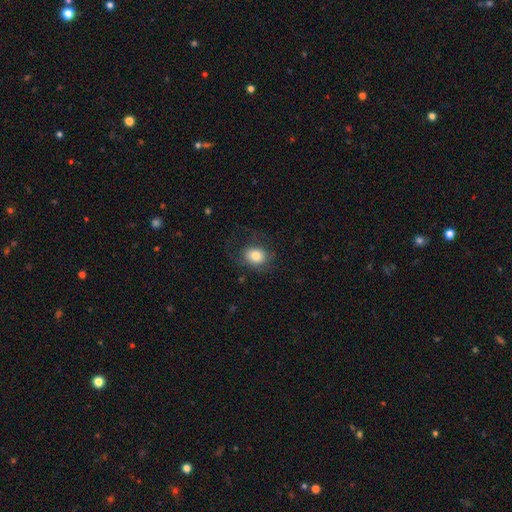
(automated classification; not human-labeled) Smooth or featured: smooth — 79% (featured or disk — 12%)
How rounded: round — 51% (in between — 48%)
Merging: none — 68% (minor disturbance — 18%)